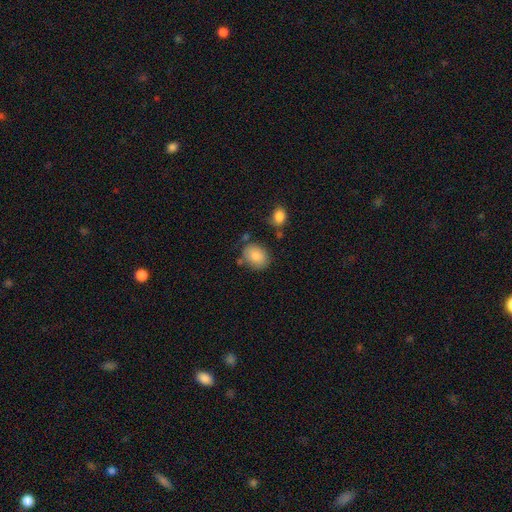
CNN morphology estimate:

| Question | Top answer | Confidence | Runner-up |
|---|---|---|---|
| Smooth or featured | smooth | 83% | featured or disk (9%) |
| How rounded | in between | 56% | round (44%) |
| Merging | none | 74% | minor disturbance (16%) |